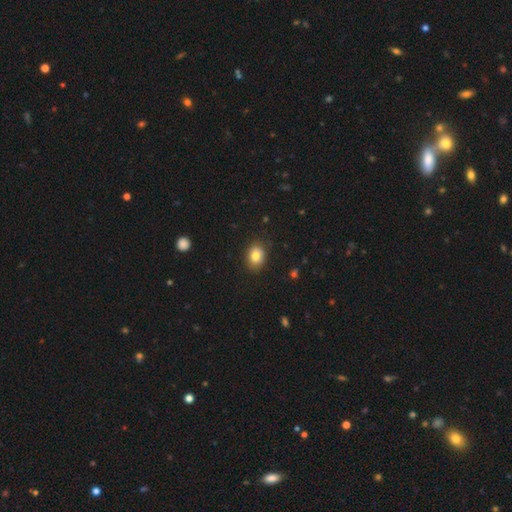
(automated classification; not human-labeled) A smooth galaxy with no disk features (81%) that is in between round and cigar-shaped (57%).

Vote fractions:
- Smooth or featured? smooth: 81% / featured or disk: 9% / star or artifact: 9%
- How rounded? in between: 57% / round: 42% / cigar-shaped: 1%
- Merging? none: 83% / minor disturbance: 13% / major disturbance: 3% / merger: 1%